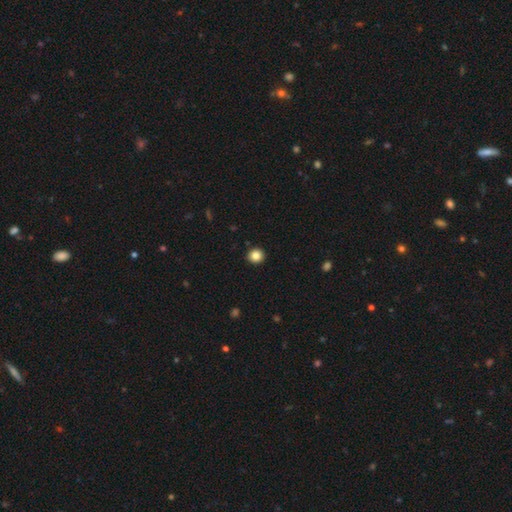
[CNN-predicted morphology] Smooth or featured? Predicted: smooth (p=0.85). How rounded? Predicted: round (p=0.92). Merging? Predicted: none (p=0.93).